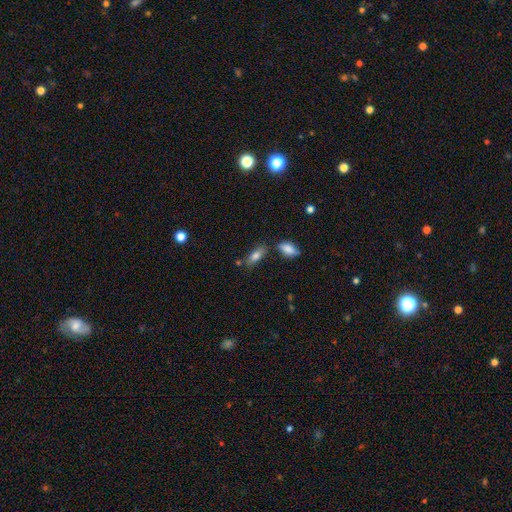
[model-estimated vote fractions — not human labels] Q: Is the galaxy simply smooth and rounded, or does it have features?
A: smooth — 79%.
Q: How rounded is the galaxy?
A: in between — 78%.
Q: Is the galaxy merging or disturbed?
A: none — 67%.